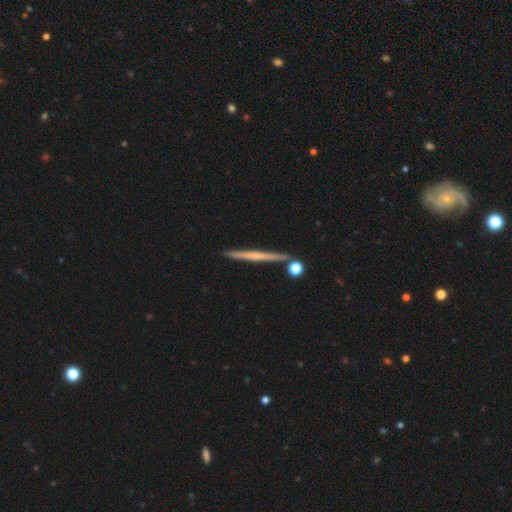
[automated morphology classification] Overall: featured or disk (60%; smooth 34%). Edge-on disk: yes (97%). Edge-on bulge: none (61%; rounded 34%). Merging: none (86%).